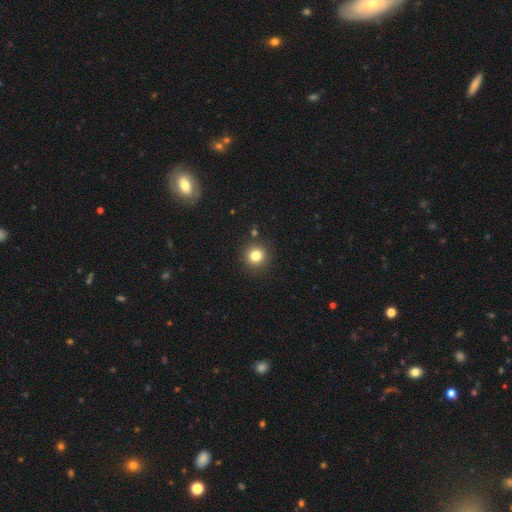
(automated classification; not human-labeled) This appears to be a smooth galaxy with no disk features (81%) that is round (93%). Merging: none (88%).